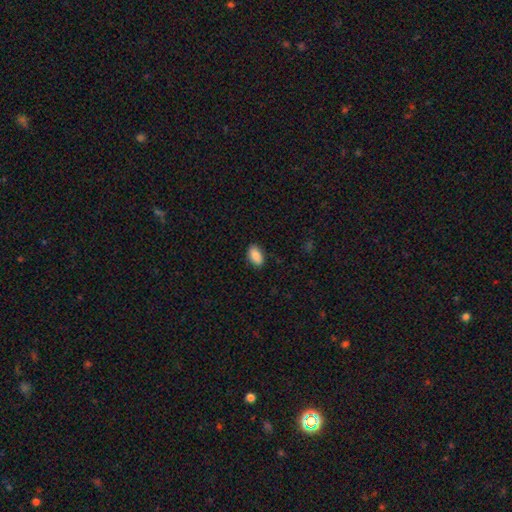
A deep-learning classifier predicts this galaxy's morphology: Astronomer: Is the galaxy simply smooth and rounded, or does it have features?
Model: smooth — 87%.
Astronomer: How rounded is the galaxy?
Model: in between — 93%.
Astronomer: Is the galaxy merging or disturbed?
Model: none — 87%.